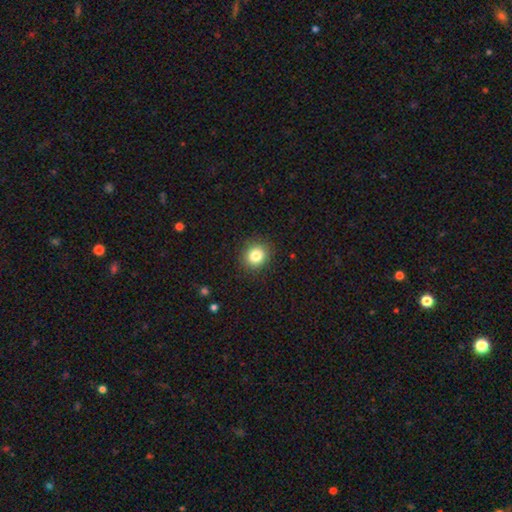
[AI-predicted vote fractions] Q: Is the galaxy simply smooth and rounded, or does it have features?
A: smooth — 82%.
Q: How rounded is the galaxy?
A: round — 81%.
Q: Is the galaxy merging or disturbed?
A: none — 89%.